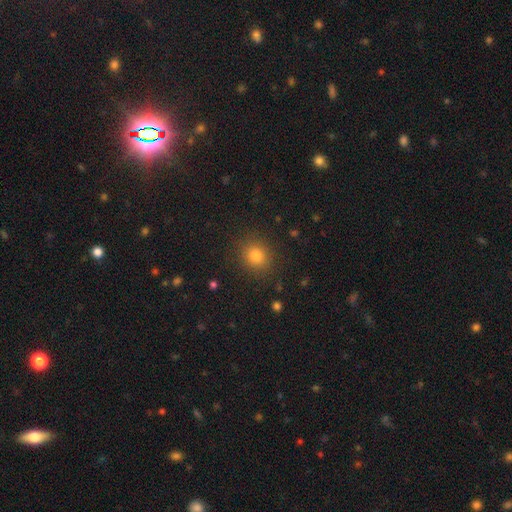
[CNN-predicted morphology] smooth-or-featured: smooth: 81% | star or artifact: 14% | featured or disk: 5%
  how-rounded: round: 77% | in between: 22% | cigar-shaped: 1%
  merging: none: 88% | minor disturbance: 7% | major disturbance: 3% | merger: 1%